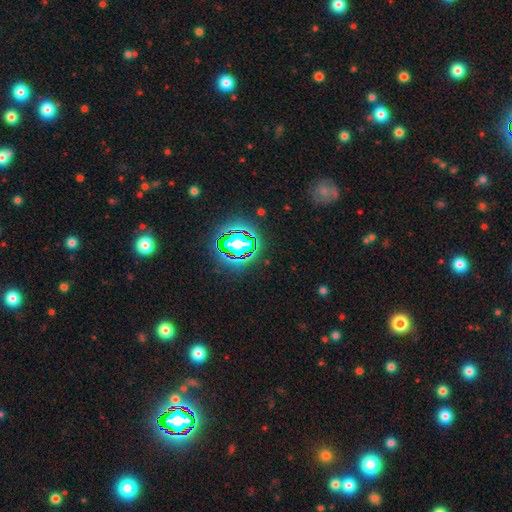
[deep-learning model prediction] A star or artifact, not a galaxy (81%).